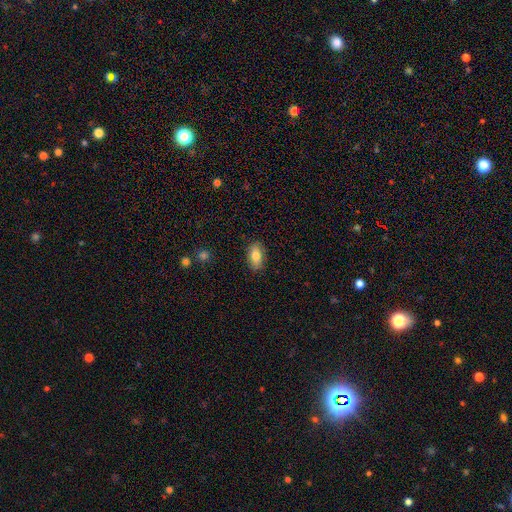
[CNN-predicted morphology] Smooth or featured? smooth (80%)
How rounded? in between (89%)
Merging? none (86%)